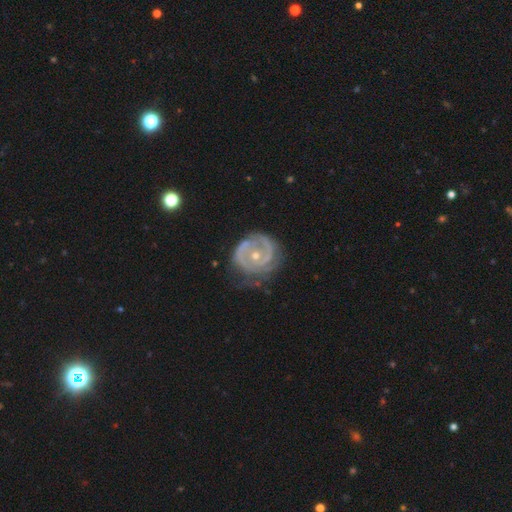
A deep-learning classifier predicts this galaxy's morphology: A featured or disk galaxy (85%) with no bar (71%), 2 (49%) tight (62%) spiral arms (90%) and a small central bulge (64%).

Vote fractions:
- Smooth or featured? featured or disk: 85% / smooth: 9% / star or artifact: 5%
- Edge-on disk? no: 98% / yes: 2%
- Bar? no: 71% / weak: 22% / strong: 7%
- Spiral arms? yes: 90% / no: 10%
- Spiral winding? tight: 62% / medium: 29% / loose: 9%
- Spiral arm count? 2: 49% / can't tell: 22% / 3: 12% / 1: 10% / 4: 4% / more than 4: 3%
- Bulge size? small: 64% / moderate: 33% / large: 1% / none: 1% / dominant: 1%
- Merging? none: 57% / minor disturbance: 26% / major disturbance: 15% / merger: 2%